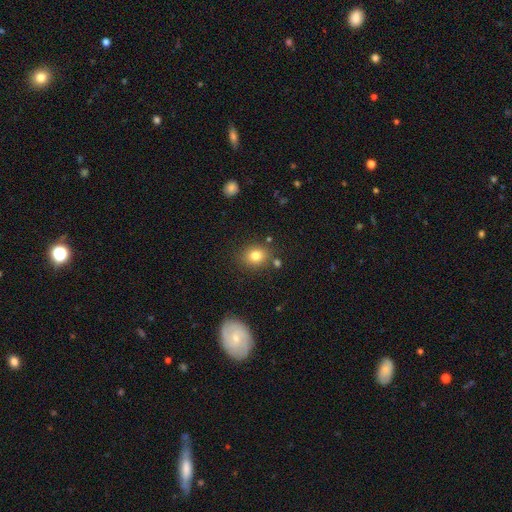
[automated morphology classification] This appears to be a smooth galaxy with no disk features (80%) that is round (67%). Merging: none (80%).